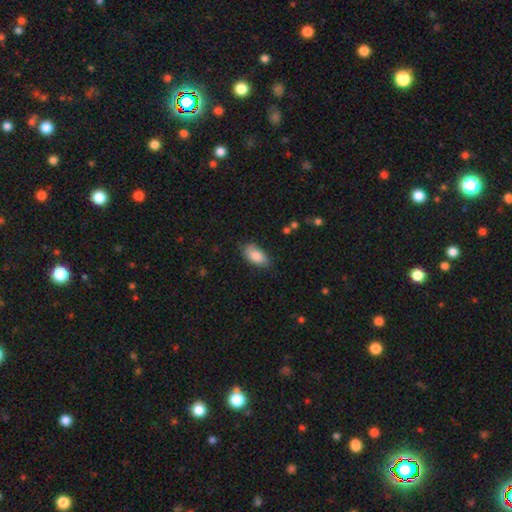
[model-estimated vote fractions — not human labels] This is clearly a smooth galaxy (85%). How rounded: clearly in between (93%). Merging: likely none (74%).